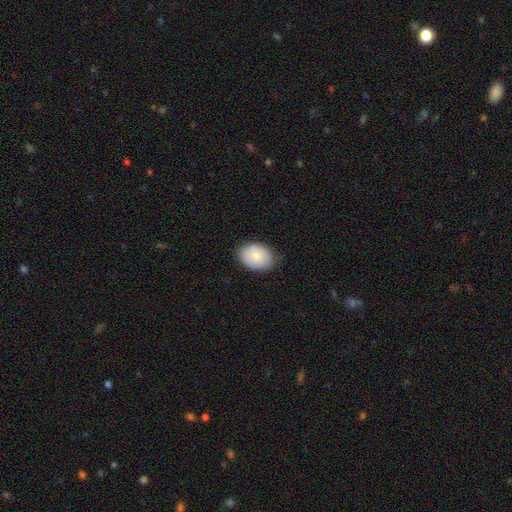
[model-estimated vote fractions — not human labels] Smooth or featured?
  - smooth: 81% *
  - featured or disk: 13%
  - star or artifact: 7%
How rounded?
  - in between: 74% *
  - round: 25%
  - cigar-shaped: 1%
Merging?
  - none: 76% *
  - minor disturbance: 20%
  - major disturbance: 3%
  - merger: 1%